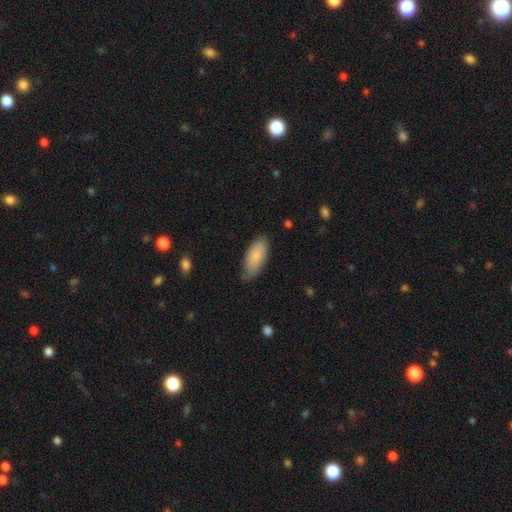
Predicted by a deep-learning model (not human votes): Morphology: type=smooth (80%); roundness=in between (87%); merging=none (71%).